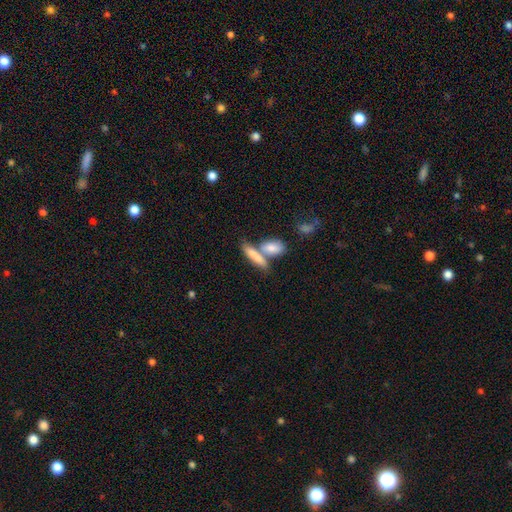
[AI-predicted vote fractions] A smooth galaxy with no disk features (78%) that is cigar-shaped (56%). Merging: merger (44%).